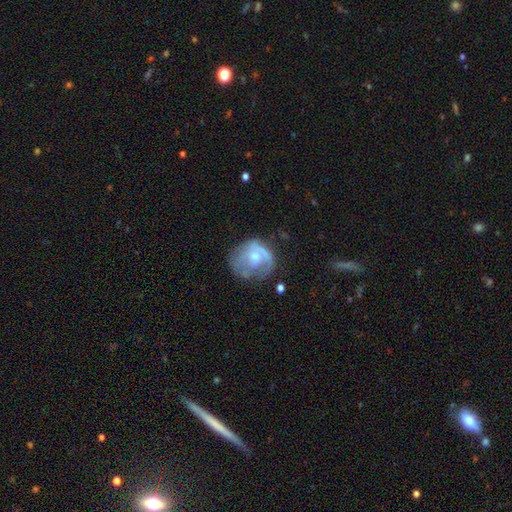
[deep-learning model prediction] Morphology: type=featured or disk (55%); edge-on=no (97%); bar=no (75%); spiral arms=yes (51%); bulge=moderate (55%); merging=none (43%).